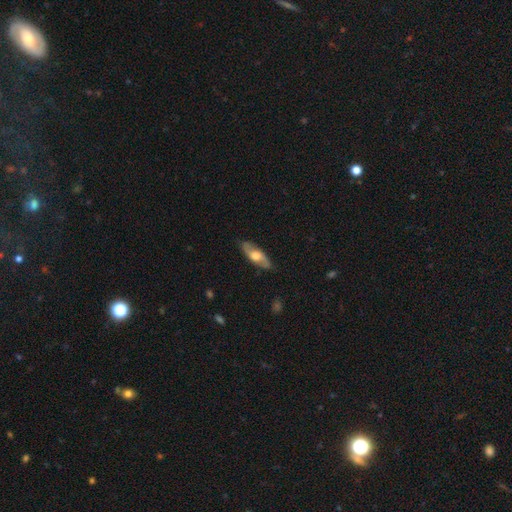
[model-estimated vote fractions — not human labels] featured or disk 55%, smooth 40%, star or artifact 6%. Down the decision tree: edge-on disk — no (67%); merging — none (84%).